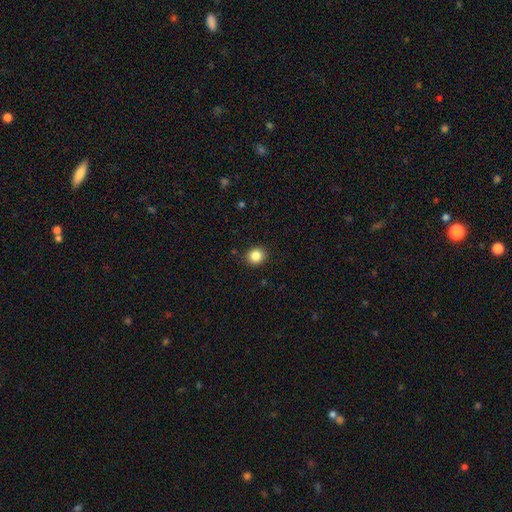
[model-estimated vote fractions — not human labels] Q: Smooth or featured?
A: smooth (85%); runner-up: star or artifact (10%)
Q: How rounded?
A: round (84%); runner-up: in between (15%)
Q: Merging?
A: none (90%); runner-up: minor disturbance (7%)